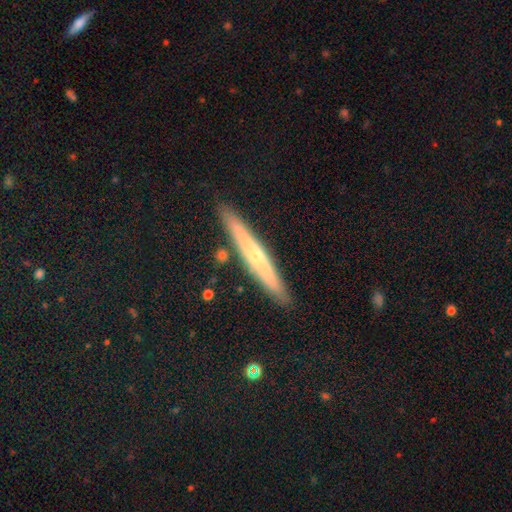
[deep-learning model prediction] Smooth or featured?
  - featured or disk: 61% *
  - smooth: 32%
  - star or artifact: 7%
Edge-on disk?
  - yes: 92% *
  - no: 8%
Edge-on bulge?
  - rounded: 59% *
  - none: 37%
  - boxy: 4%
Merging?
  - none: 88% *
  - minor disturbance: 8%
  - merger: 2%
  - major disturbance: 2%